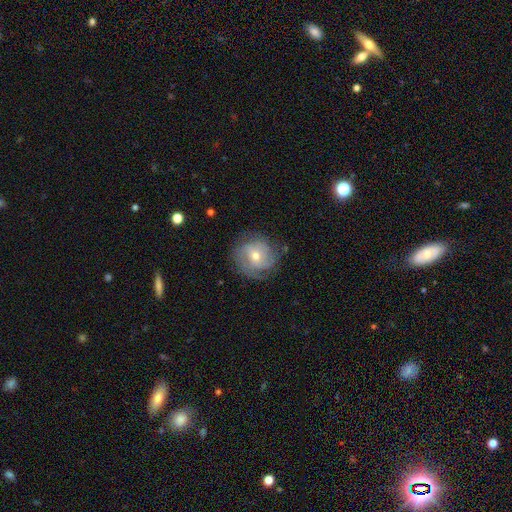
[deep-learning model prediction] This is likely a featured or disk galaxy (69%). It is clearly not viewed edge-on (97%). Bar: likely no (64%). Spiral arm pattern: clearly yes (88%). Spiral arm count: marginally can't tell (33%). Spiral winding: possibly tight (57%). Central bulge: possibly moderate (59%). Merging: likely none (71%).